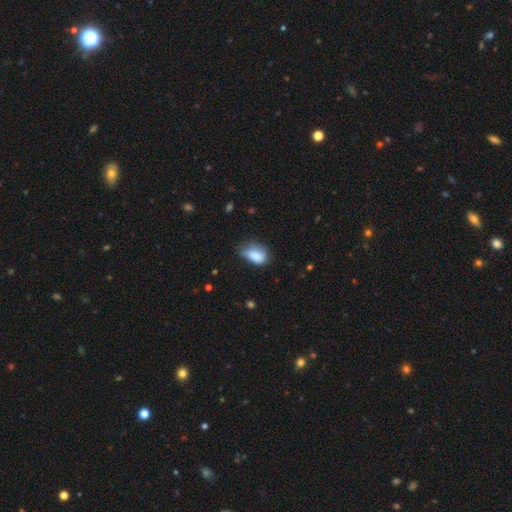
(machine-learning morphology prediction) Smooth or featured? smooth (82%)
How rounded? in between (88%)
Merging? minor disturbance (42%)